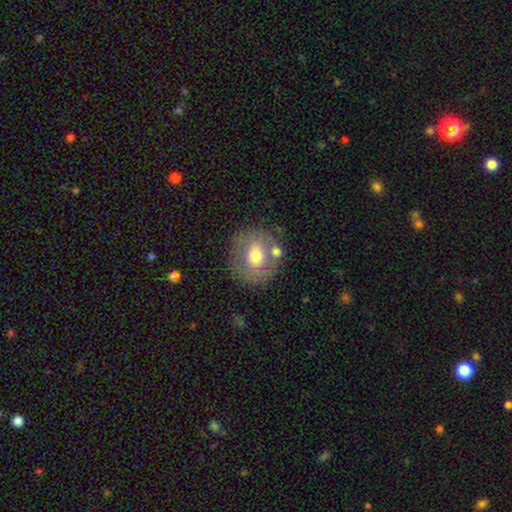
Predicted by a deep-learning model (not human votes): Smooth or featured? smooth (57%)
How rounded? round (82%)
Merging? none (72%)